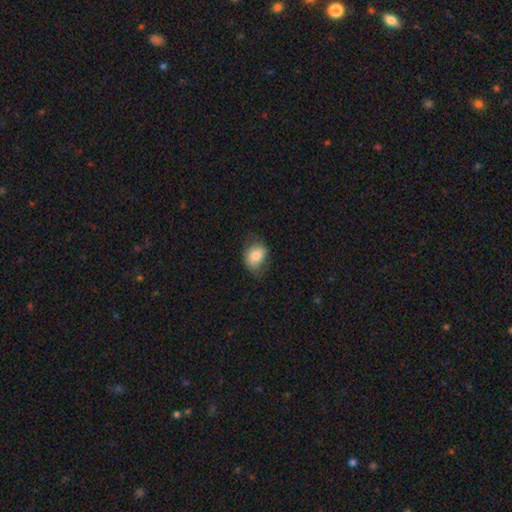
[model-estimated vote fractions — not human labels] smooth-or-featured: smooth: 78% | featured or disk: 14% | star or artifact: 8%
  how-rounded: in between: 61% | round: 37% | cigar-shaped: 1%
  merging: none: 65% | minor disturbance: 25% | major disturbance: 9% | merger: 1%